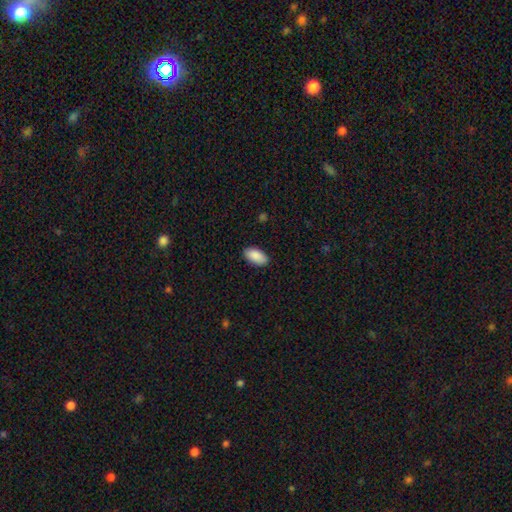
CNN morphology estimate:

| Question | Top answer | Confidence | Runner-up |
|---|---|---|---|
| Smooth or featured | smooth | 90% | star or artifact (6%) |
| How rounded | in between | 95% | cigar-shaped (3%) |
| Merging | none | 88% | minor disturbance (9%) |